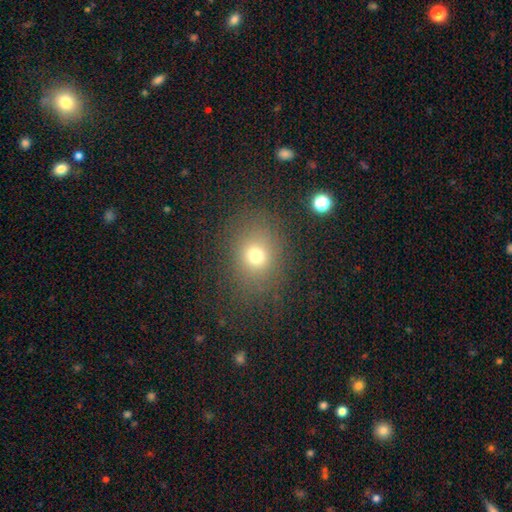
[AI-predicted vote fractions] A smooth galaxy with no disk features (70%) that is round (58%). Merging: none (81%).